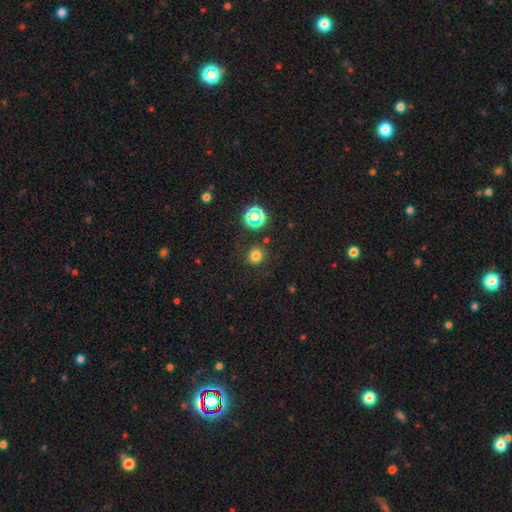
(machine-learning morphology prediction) This is likely a smooth galaxy (74%). How rounded: clearly round (84%). Merging: clearly none (83%).